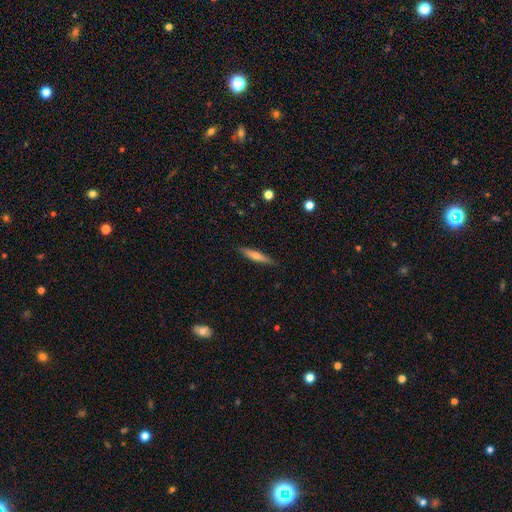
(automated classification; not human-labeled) featured or disk 48%, smooth 46%, star or artifact 7%. Down the decision tree: merging — none (89%).